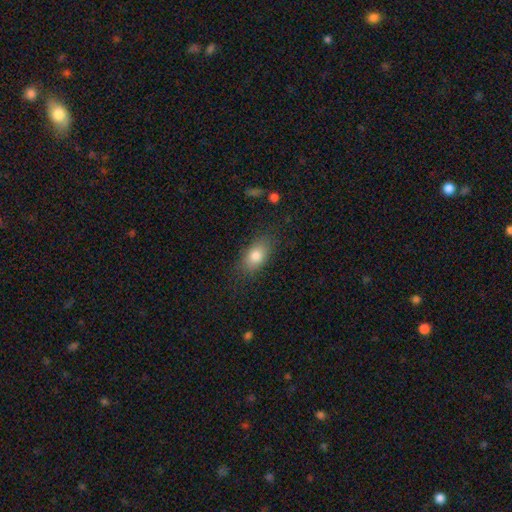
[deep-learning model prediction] This appears to be a smooth galaxy with no disk features (81%) that is in between round and cigar-shaped (85%). Merging: none (80%).